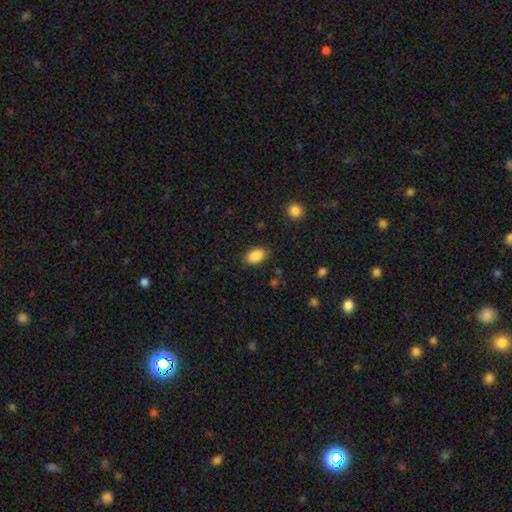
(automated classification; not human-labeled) smooth-or-featured: smooth: 89% | star or artifact: 8% | featured or disk: 4%
  how-rounded: in between: 91% | round: 8% | cigar-shaped: 1%
  merging: none: 85% | minor disturbance: 11% | major disturbance: 3% | merger: 1%